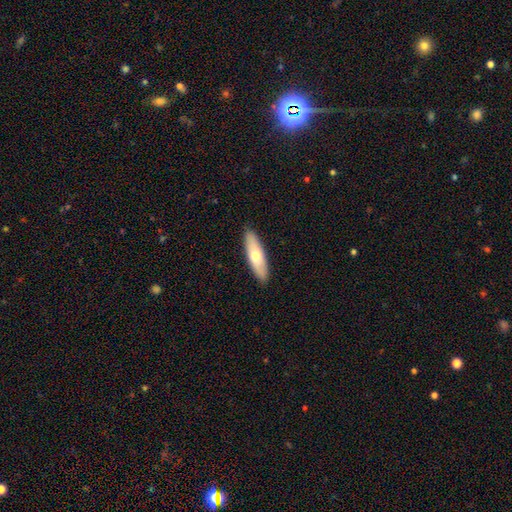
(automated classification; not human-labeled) A smooth galaxy with no disk features (64%) that is cigar-shaped (52%).

Vote fractions:
- Smooth or featured? smooth: 64% / featured or disk: 30% / star or artifact: 5%
- How rounded? cigar-shaped: 52% / in between: 46% / round: 2%
- Merging? none: 90% / minor disturbance: 8% / major disturbance: 2% / merger: 1%